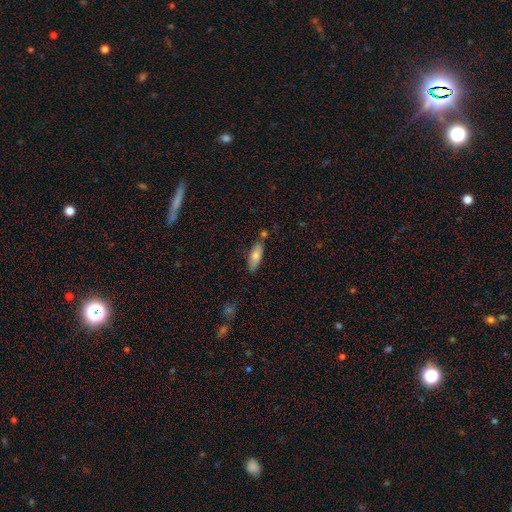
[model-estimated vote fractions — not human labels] Q: Smooth or featured?
A: smooth (77%); runner-up: featured or disk (17%)
Q: How rounded?
A: in between (62%); runner-up: cigar-shaped (35%)
Q: Merging?
A: none (73%); runner-up: minor disturbance (16%)